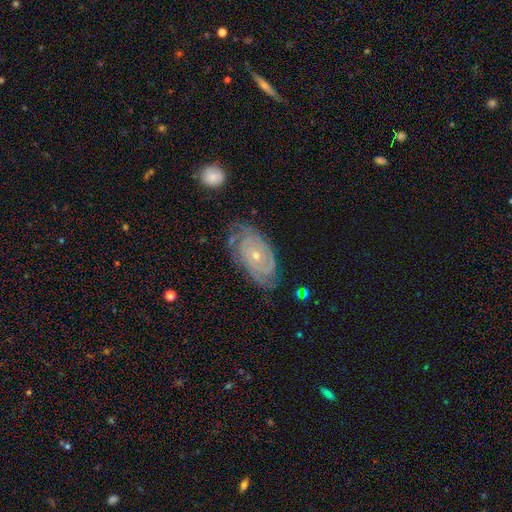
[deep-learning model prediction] Q: Smooth or featured?
A: featured or disk (81%); runner-up: smooth (12%)
Q: Edge-on disk?
A: no (95%); runner-up: yes (5%)
Q: Bar?
A: no (80%); runner-up: weak (16%)
Q: Spiral arms?
A: yes (92%); runner-up: no (8%)
Q: Spiral winding?
A: tight (76%); runner-up: medium (19%)
Q: Spiral arm count?
A: can't tell (37%); runner-up: 2 (33%)
Q: Bulge size?
A: small (68%); runner-up: moderate (29%)
Q: Merging?
A: none (70%); runner-up: minor disturbance (21%)